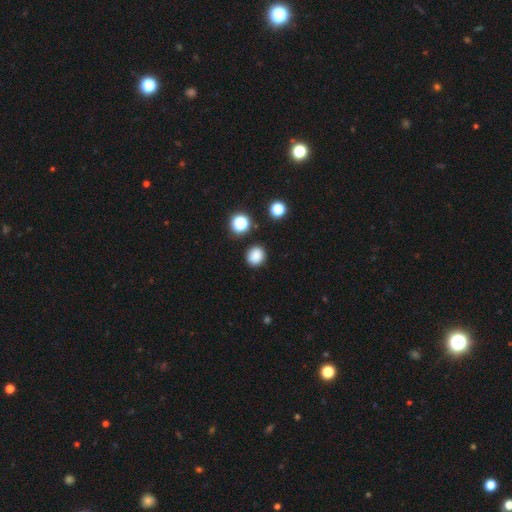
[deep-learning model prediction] A smooth galaxy with no disk features (84%) that is round (79%). Merging: none (88%).